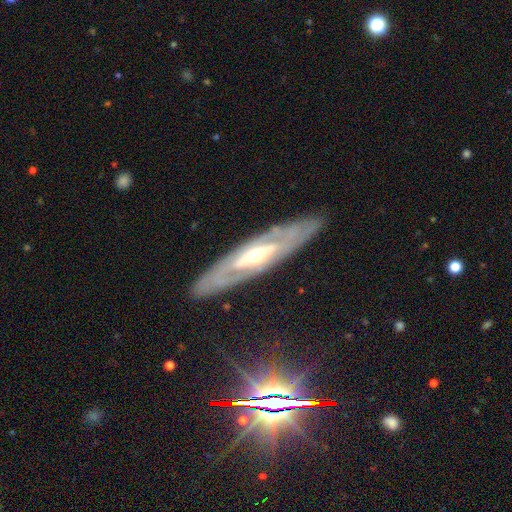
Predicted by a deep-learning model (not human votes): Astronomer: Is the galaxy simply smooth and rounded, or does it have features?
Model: featured or disk — 79%.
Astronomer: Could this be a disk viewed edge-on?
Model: no — 62% (runner-up: yes, 38%).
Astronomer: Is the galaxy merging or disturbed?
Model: none — 84%.